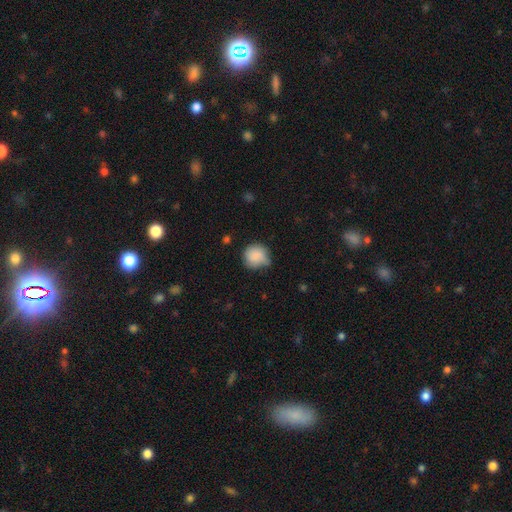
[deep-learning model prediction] This is clearly a smooth galaxy (85%). How rounded: clearly round (86%). Merging: possibly none (53%).